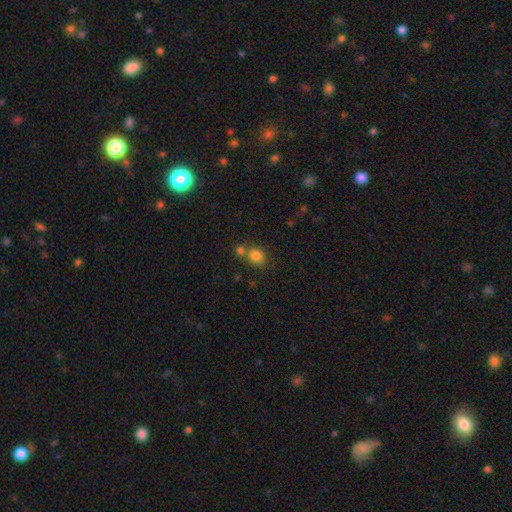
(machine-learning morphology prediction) smooth-or-featured: smooth: 81% | star or artifact: 13% | featured or disk: 7%
  how-rounded: round: 73% | in between: 26% | cigar-shaped: 1%
  merging: none: 56% | merger: 31% | minor disturbance: 9% | major disturbance: 4%